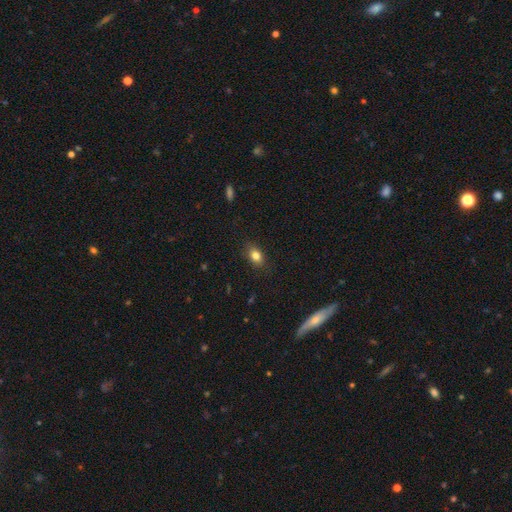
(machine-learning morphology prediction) smooth 82%, star or artifact 10%, featured or disk 8%. Down the decision tree: how rounded — in between (77%); merging — none (85%).